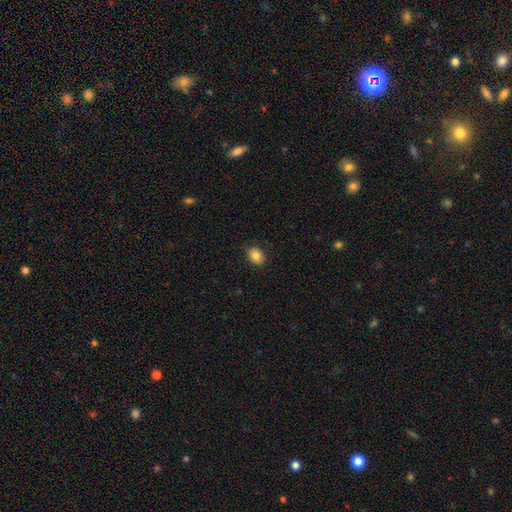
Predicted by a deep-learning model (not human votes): Q: Smooth or featured?
A: smooth (83%); runner-up: star or artifact (9%)
Q: How rounded?
A: in between (69%); runner-up: round (30%)
Q: Merging?
A: none (86%); runner-up: minor disturbance (11%)